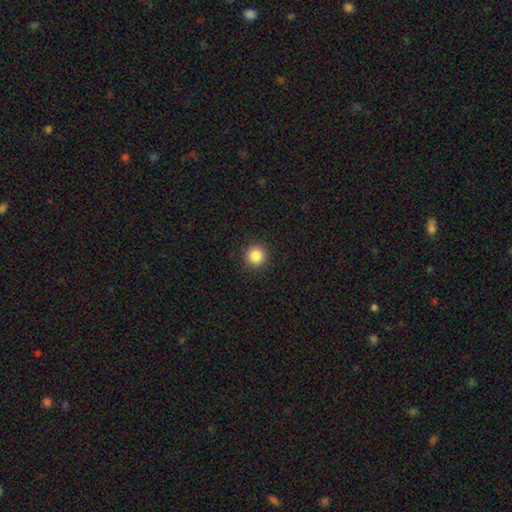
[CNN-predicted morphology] smooth-or-featured: smooth: 86% | star or artifact: 10% | featured or disk: 4%
  how-rounded: round: 95% | in between: 4% | cigar-shaped: 1%
  merging: none: 92% | minor disturbance: 5% | major disturbance: 2% | merger: 1%